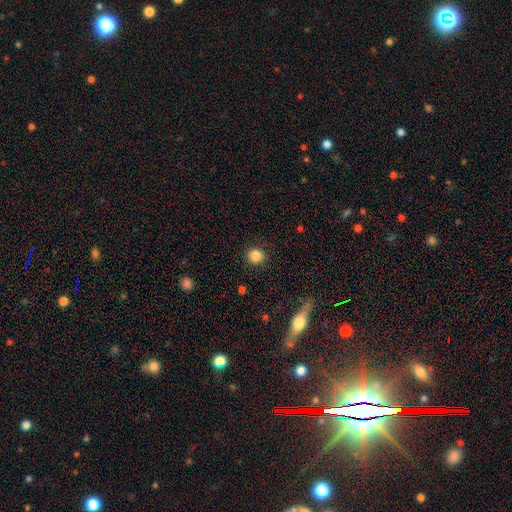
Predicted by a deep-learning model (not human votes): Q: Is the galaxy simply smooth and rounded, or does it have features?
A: smooth — 86%.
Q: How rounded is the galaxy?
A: round — 92%.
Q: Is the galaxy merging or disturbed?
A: none — 90%.